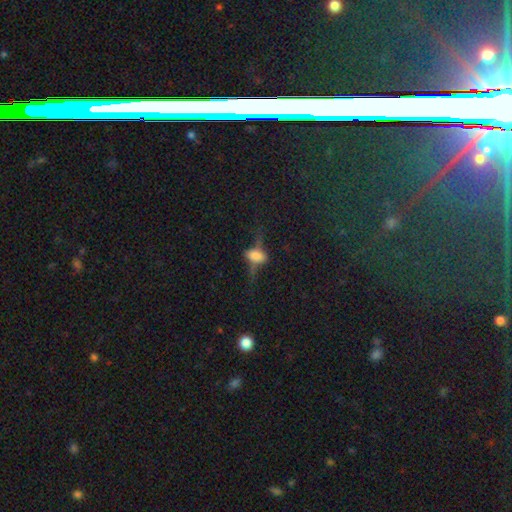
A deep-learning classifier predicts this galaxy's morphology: Q: Smooth or featured?
A: smooth (45%); runner-up: featured or disk (42%)
Q: Merging?
A: none (44%); runner-up: major disturbance (28%)